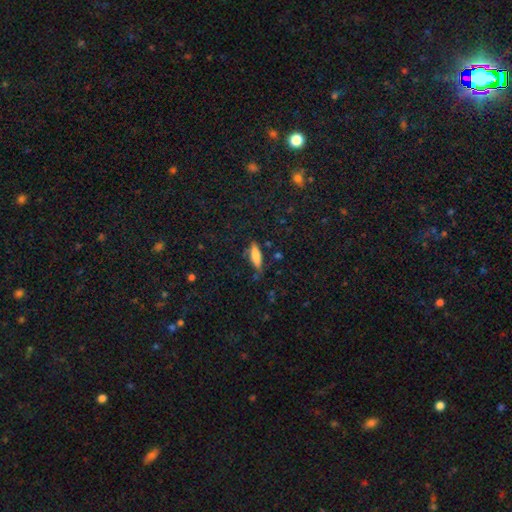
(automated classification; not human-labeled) smooth 74%, featured or disk 19%, star or artifact 8%. Down the decision tree: how rounded — cigar-shaped (54%); merging — none (68%).